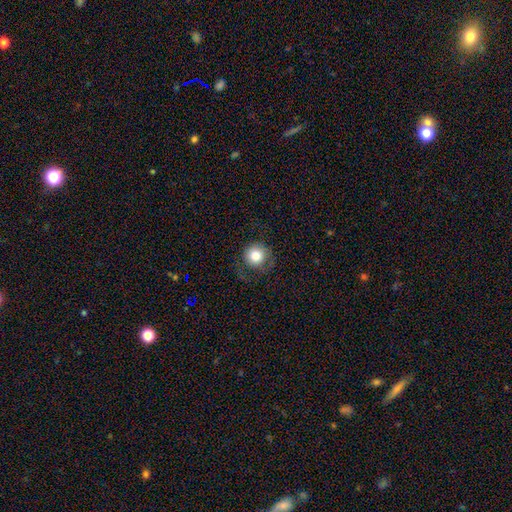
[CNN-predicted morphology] Overall: smooth (80%). How rounded: round (93%). Merging: none (70%).